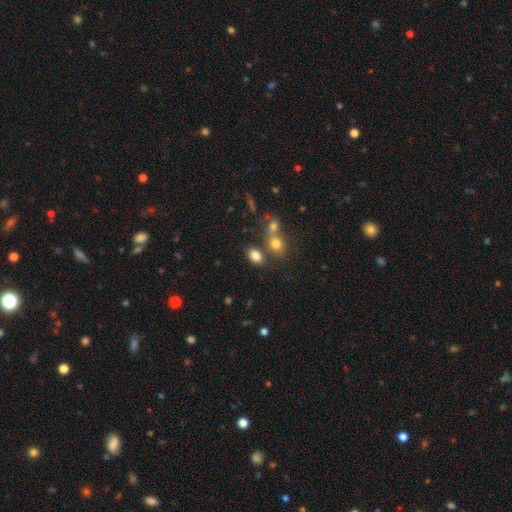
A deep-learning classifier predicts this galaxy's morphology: Smooth or featured?
  - smooth: 81% *
  - star or artifact: 11%
  - featured or disk: 8%
How rounded?
  - in between: 77% *
  - round: 22%
  - cigar-shaped: 1%
Merging?
  - none: 62% *
  - merger: 22%
  - minor disturbance: 11%
  - major disturbance: 4%